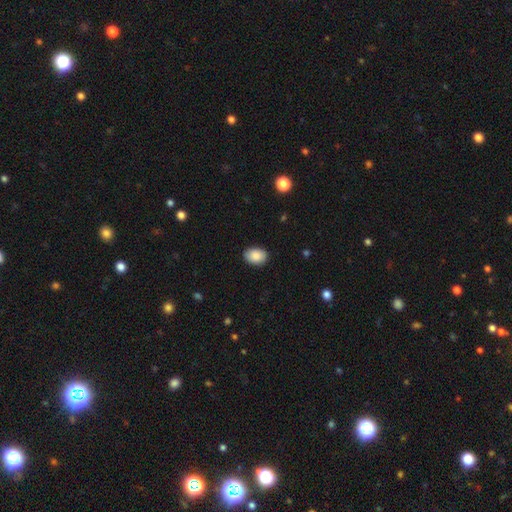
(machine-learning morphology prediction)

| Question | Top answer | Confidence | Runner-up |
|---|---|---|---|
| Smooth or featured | smooth | 89% | star or artifact (7%) |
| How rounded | in between | 82% | round (17%) |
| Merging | none | 88% | minor disturbance (9%) |